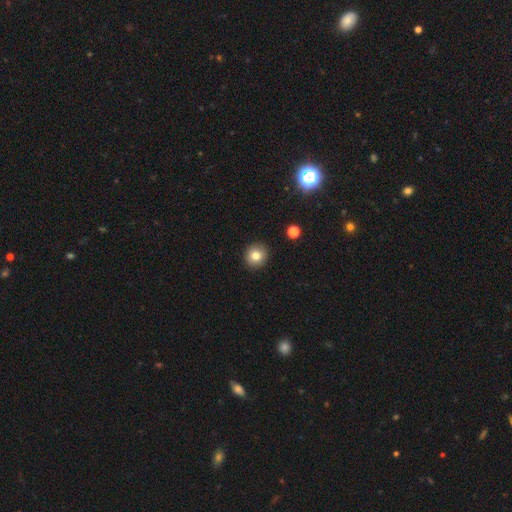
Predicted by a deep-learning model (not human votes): A smooth galaxy with no disk features (80%) that is round (90%).

Vote fractions:
- Smooth or featured? smooth: 80% / star or artifact: 11% / featured or disk: 9%
- How rounded? round: 90% / in between: 9% / cigar-shaped: 1%
- Merging? none: 92% / minor disturbance: 6% / major disturbance: 2% / merger: 1%